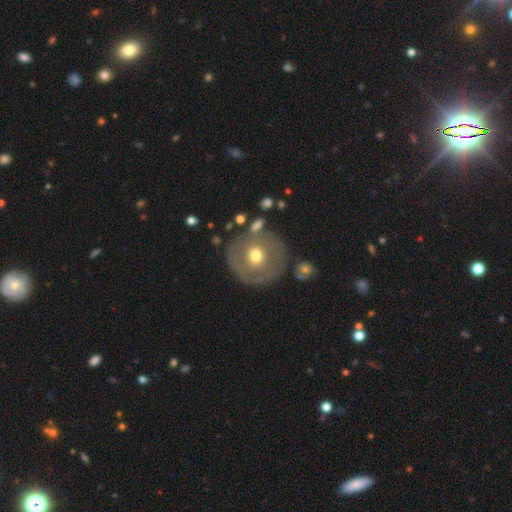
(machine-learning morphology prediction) Smooth or featured? Predicted: smooth (p=0.50). How rounded? Predicted: round (p=0.91). Merging? Predicted: none (p=0.76).